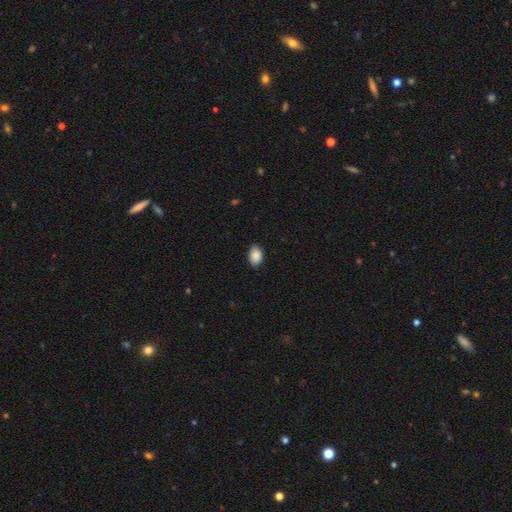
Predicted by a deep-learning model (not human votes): A smooth galaxy with no disk features (89%) that is in between round and cigar-shaped (85%).

Vote fractions:
- Smooth or featured? smooth: 89% / star or artifact: 7% / featured or disk: 4%
- How rounded? in between: 85% / round: 14% / cigar-shaped: 1%
- Merging? none: 86% / minor disturbance: 11% / major disturbance: 2% / merger: 1%